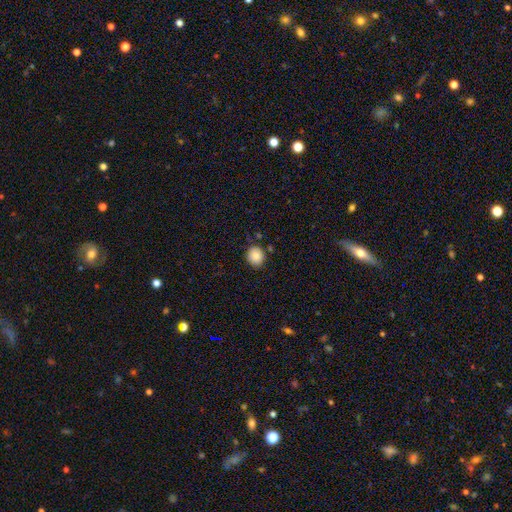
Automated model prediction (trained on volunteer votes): A smooth galaxy with no disk features (87%) that is round (75%).

Vote fractions:
- Smooth or featured? smooth: 87% / star or artifact: 9% / featured or disk: 4%
- How rounded? round: 75% / in between: 24% / cigar-shaped: 1%
- Merging? none: 84% / minor disturbance: 11% / merger: 3% / major disturbance: 2%